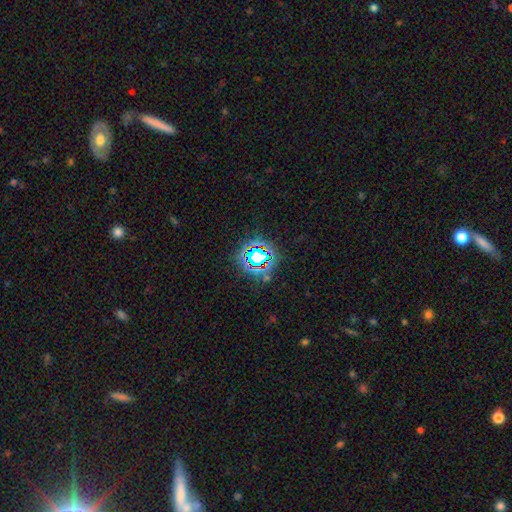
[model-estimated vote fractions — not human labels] Morphology: type=star or artifact (72%).